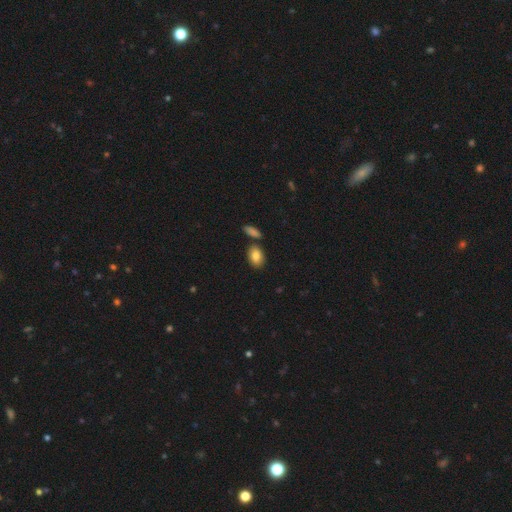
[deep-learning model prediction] This is clearly a smooth galaxy (83%). How rounded: clearly in between (84%). Merging: likely none (74%).